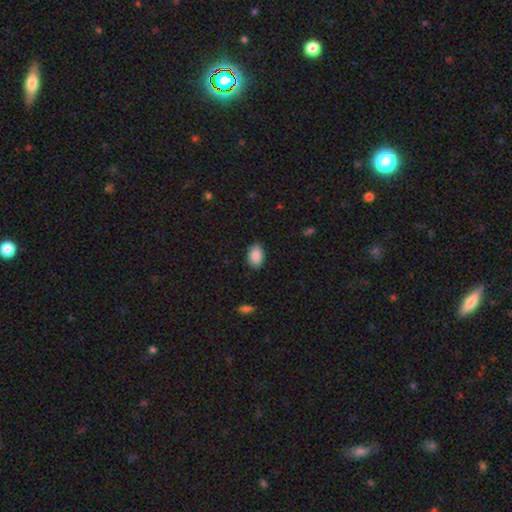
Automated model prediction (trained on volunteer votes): smooth 89%, star or artifact 7%, featured or disk 4%. Down the decision tree: how rounded — in between (88%); merging — none (88%).